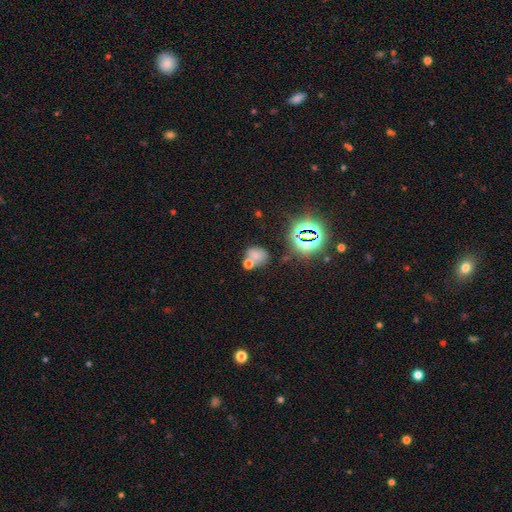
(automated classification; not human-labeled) This is likely a smooth galaxy (61%). How rounded: possibly round (56%). Merging: possibly none (46%).